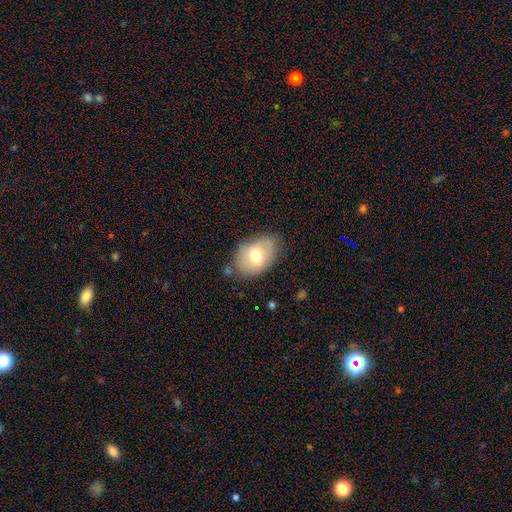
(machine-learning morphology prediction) This is likely a smooth galaxy (66%). How rounded: clearly in between (83%). Merging: likely none (69%).